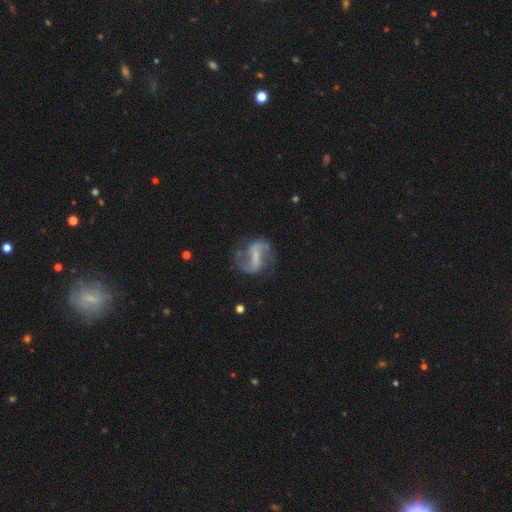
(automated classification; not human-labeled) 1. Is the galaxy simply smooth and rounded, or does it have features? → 84% featured or disk, 10% smooth, 6% star or artifact.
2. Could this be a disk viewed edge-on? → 97% no, 3% yes.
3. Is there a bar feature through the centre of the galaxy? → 53% strong, 34% weak, 12% no.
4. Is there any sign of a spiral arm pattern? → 92% yes, 8% no.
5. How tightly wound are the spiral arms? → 48% loose, 41% medium, 11% tight.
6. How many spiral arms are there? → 91% 2, 4% can't tell, 2% 1, 1% 3, 1% 4, 1% more than 4.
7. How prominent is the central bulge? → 47% none, 31% small, 16% moderate, 4% large, 1% dominant.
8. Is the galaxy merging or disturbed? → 72% none, 16% minor disturbance, 9% major disturbance, 2% merger.